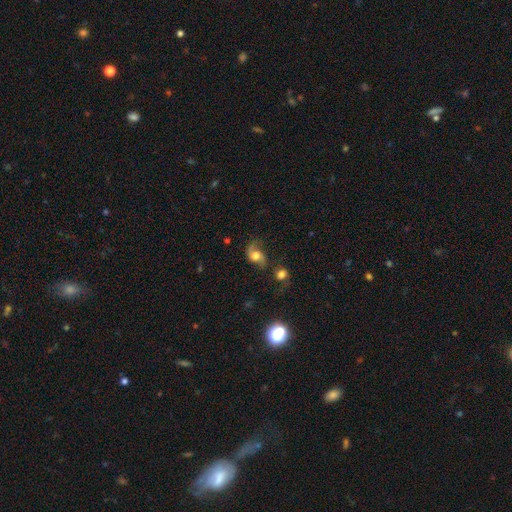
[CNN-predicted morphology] This appears to be a featured or disk galaxy (62%) with no bar (67%), 2 (84%) loose (67%) spiral arms (90%) and a moderate central bulge (47%). Merging: none (54%).